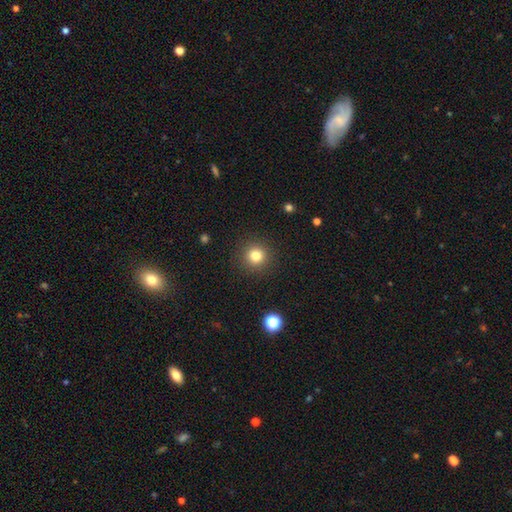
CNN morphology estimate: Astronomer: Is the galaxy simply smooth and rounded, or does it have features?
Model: smooth — 81%.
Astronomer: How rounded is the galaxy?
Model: round — 94%.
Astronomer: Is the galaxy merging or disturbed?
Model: none — 90%.